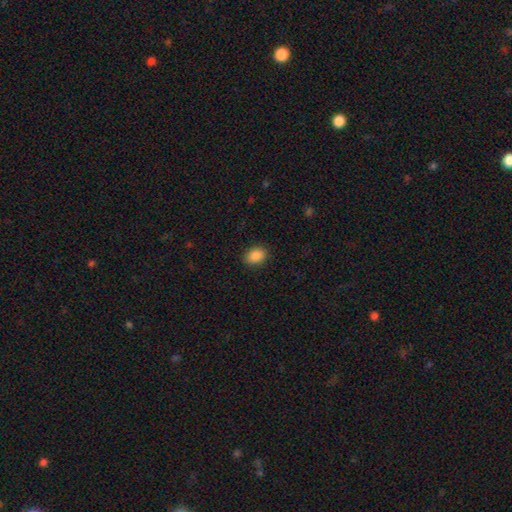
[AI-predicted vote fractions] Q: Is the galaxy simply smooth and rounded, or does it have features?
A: smooth — 88%.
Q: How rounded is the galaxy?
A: in between — 71%.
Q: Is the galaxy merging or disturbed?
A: none — 88%.